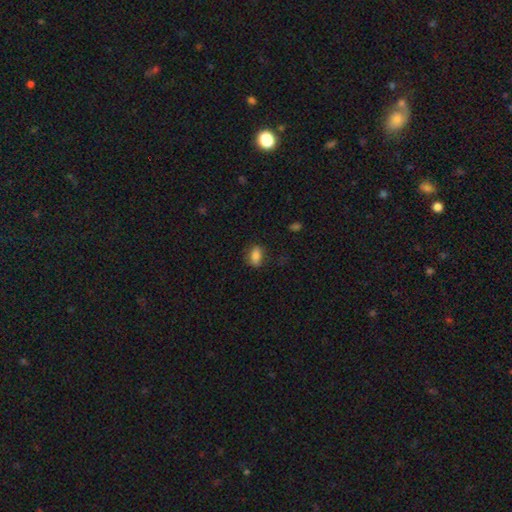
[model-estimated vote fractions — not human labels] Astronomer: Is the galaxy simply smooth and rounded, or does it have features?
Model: smooth — 84%.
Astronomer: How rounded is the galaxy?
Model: in between — 86%.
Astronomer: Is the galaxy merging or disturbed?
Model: none — 78%.